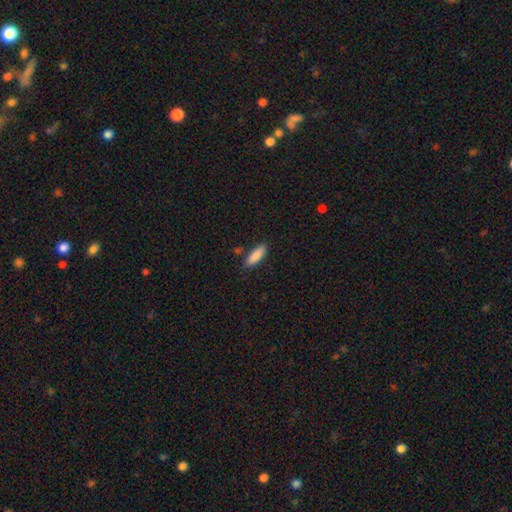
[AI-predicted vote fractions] smooth-or-featured: smooth: 88% | featured or disk: 6% | star or artifact: 6%
  how-rounded: in between: 51% | cigar-shaped: 48% | round: 2%
  merging: none: 82% | minor disturbance: 12% | merger: 3% | major disturbance: 2%